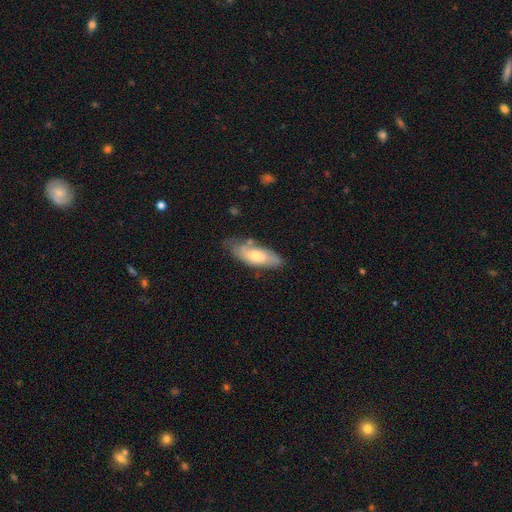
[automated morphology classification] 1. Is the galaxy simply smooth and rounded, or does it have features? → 54% smooth, 40% featured or disk, 6% star or artifact.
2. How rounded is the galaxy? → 71% in between, 27% cigar-shaped, 2% round.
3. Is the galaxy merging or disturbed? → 65% none, 26% minor disturbance, 6% major disturbance, 4% merger.